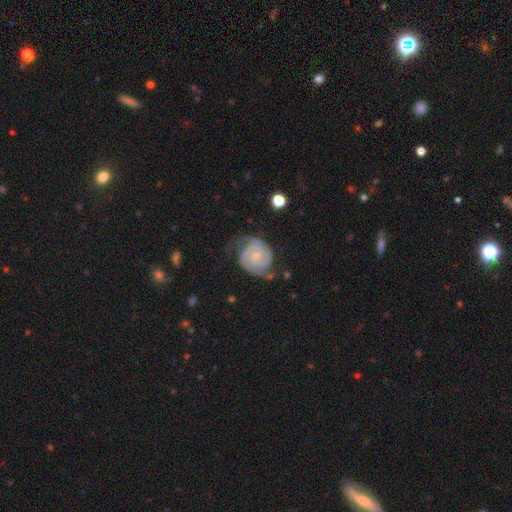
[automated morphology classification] Overall: featured or disk (92%). Edge-on disk: no (98%). Bar: no (66%). Spiral arms: yes (99%). Spiral arm count: 2 (75%). Spiral winding: tight (75%). Bulge size: small (71%). Merging: none (73%).